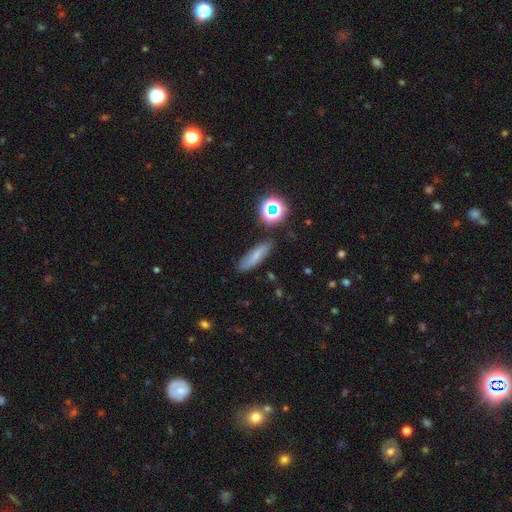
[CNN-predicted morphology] Smooth or featured? smooth (66%)
How rounded? cigar-shaped (52%)
Merging? none (80%)